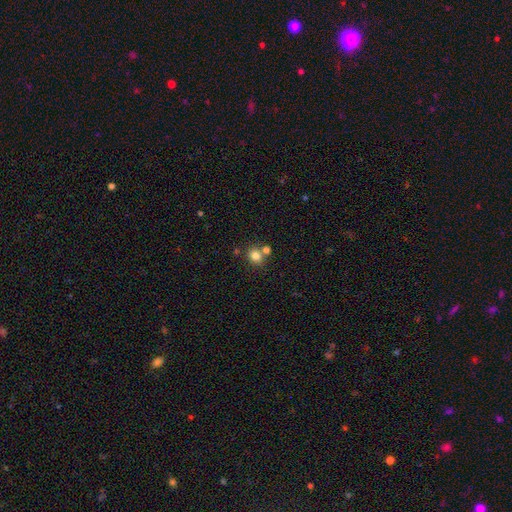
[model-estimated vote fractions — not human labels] Smooth or featured? Predicted: smooth (p=0.81). How rounded? Predicted: round (p=0.75). Merging? Predicted: none (p=0.64).